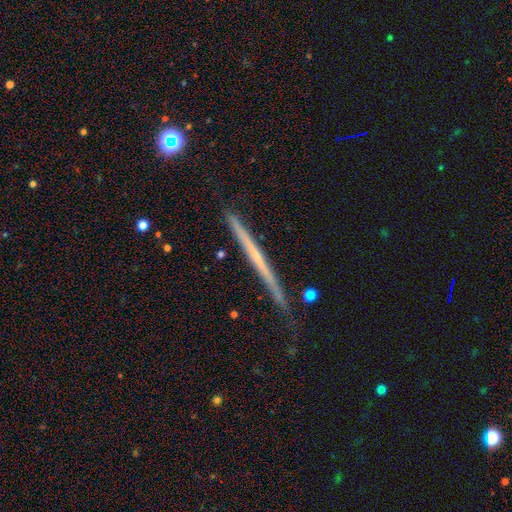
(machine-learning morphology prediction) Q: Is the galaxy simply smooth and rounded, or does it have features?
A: featured or disk — 65%.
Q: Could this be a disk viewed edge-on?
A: yes — 97%.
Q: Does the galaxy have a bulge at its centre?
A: none — 78%.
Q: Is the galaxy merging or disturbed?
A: none — 80%.